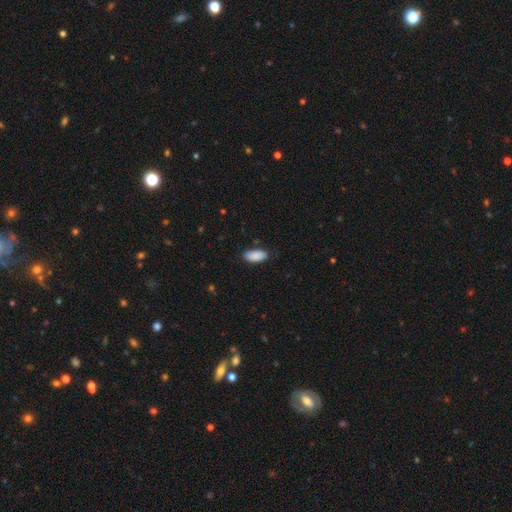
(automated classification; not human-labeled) Overall: smooth (90%). How rounded: in between (92%). Merging: none (82%).